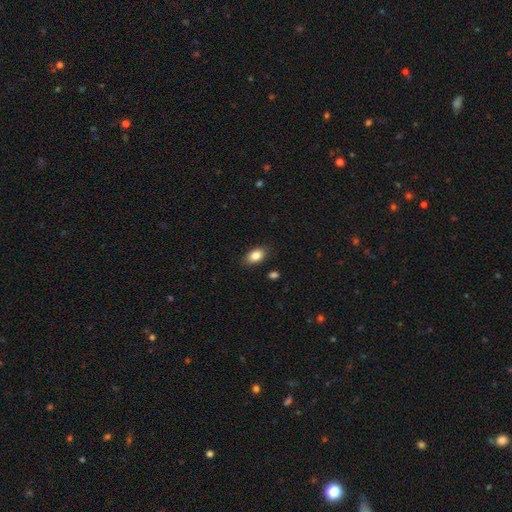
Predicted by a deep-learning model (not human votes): Morphology: type=smooth (84%); roundness=in between (89%); merging=none (86%).